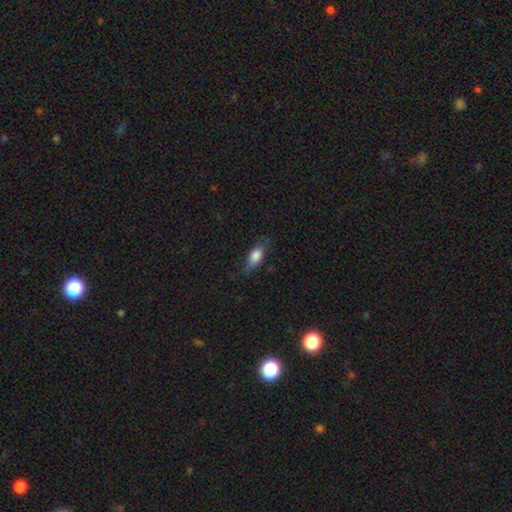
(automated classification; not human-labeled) Smooth or featured? smooth (75%)
How rounded? in between (74%)
Merging? none (71%)